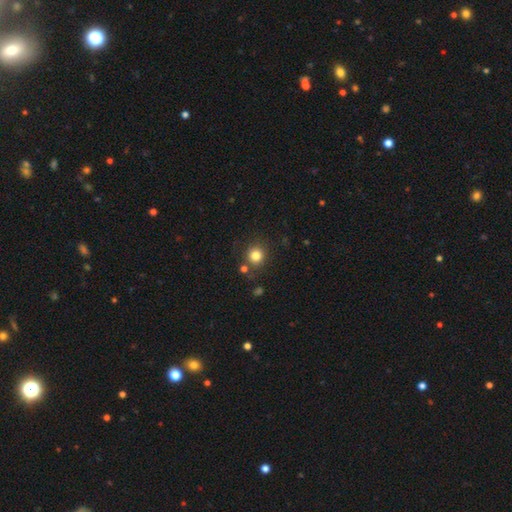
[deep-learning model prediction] This appears to be a smooth galaxy with no disk features (81%) that is round (89%). Merging: none (80%).